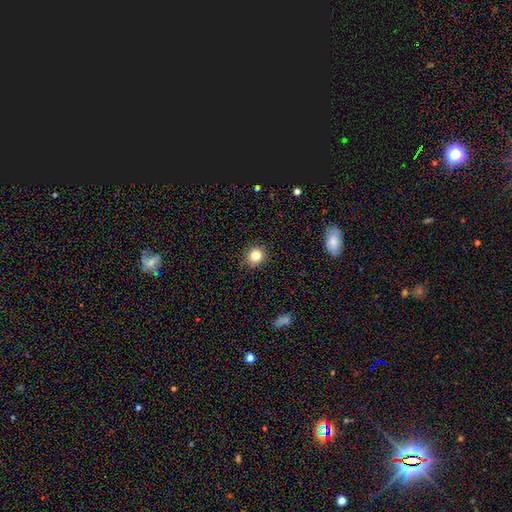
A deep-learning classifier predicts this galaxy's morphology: smooth-or-featured: smooth: 82% | star or artifact: 12% | featured or disk: 6%
  how-rounded: round: 84% | in between: 15% | cigar-shaped: 1%
  merging: none: 88% | minor disturbance: 9% | major disturbance: 2% | merger: 1%